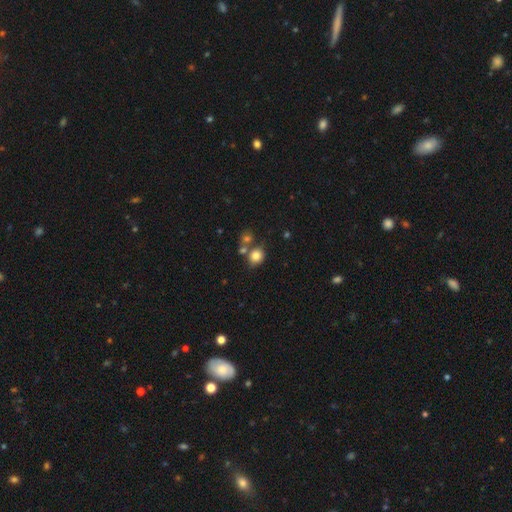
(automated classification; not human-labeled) A smooth galaxy with no disk features (80%) that is round (72%).

Vote fractions:
- Smooth or featured? smooth: 80% / star or artifact: 11% / featured or disk: 9%
- How rounded? round: 72% / in between: 27% / cigar-shaped: 1%
- Merging? none: 58% / merger: 25% / minor disturbance: 12% / major disturbance: 5%